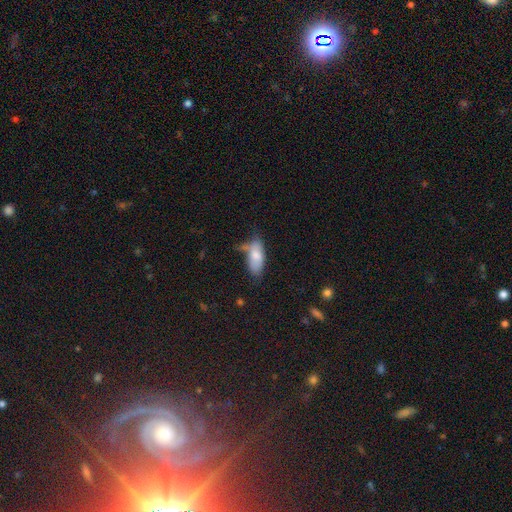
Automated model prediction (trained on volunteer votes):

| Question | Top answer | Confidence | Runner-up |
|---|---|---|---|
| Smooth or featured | smooth | 76% | featured or disk (16%) |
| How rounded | in between | 86% | cigar-shaped (11%) |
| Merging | none | 39% | minor disturbance (31%) |